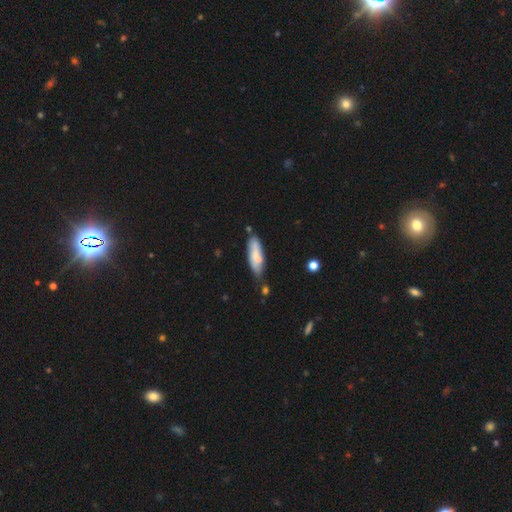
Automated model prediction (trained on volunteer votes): A smooth galaxy with no disk features (74%) that is in between round and cigar-shaped (50%).

Vote fractions:
- Smooth or featured? smooth: 74% / featured or disk: 20% / star or artifact: 6%
- How rounded? in between: 50% / cigar-shaped: 48% / round: 2%
- Merging? none: 64% / minor disturbance: 24% / merger: 8% / major disturbance: 5%